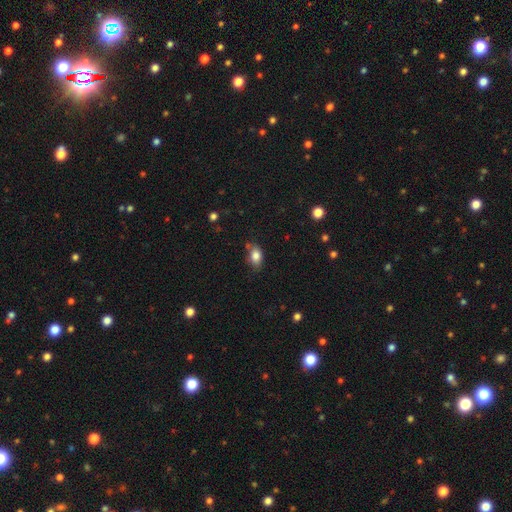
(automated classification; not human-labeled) Smooth or featured: smooth — 84% (star or artifact — 9%)
How rounded: in between — 84% (round — 14%)
Merging: none — 70% (minor disturbance — 21%)